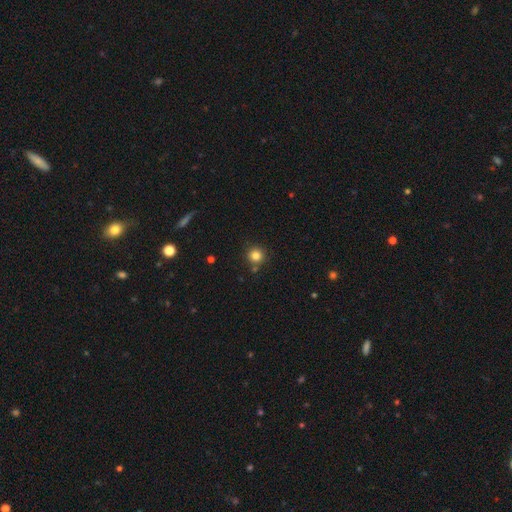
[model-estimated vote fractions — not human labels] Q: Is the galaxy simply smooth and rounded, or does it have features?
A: smooth — 82%.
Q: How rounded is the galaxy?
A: round — 95%.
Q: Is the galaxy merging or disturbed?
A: none — 83%.